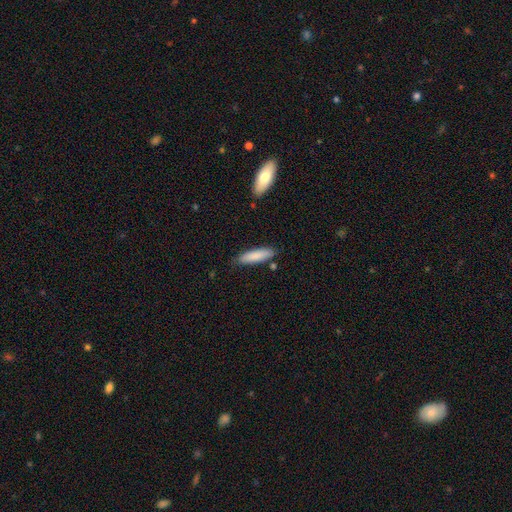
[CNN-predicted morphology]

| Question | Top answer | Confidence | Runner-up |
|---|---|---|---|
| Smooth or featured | smooth | 85% | featured or disk (9%) |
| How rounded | cigar-shaped | 71% | in between (28%) |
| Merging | none | 82% | minor disturbance (13%) |